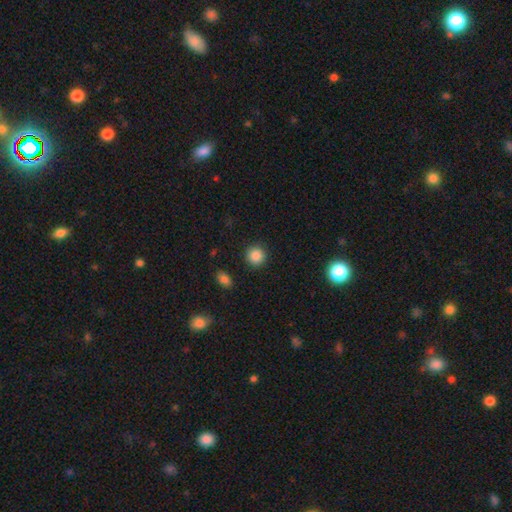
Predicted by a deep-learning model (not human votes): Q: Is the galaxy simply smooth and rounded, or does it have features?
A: smooth — 87%.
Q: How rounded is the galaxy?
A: round — 93%.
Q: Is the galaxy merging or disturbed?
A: none — 90%.